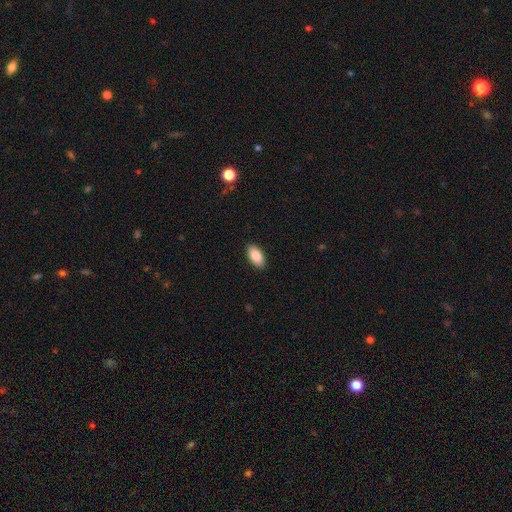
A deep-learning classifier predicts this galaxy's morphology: Smooth or featured? Predicted: smooth (p=0.87). How rounded? Predicted: in between (p=0.94). Merging? Predicted: none (p=0.89).